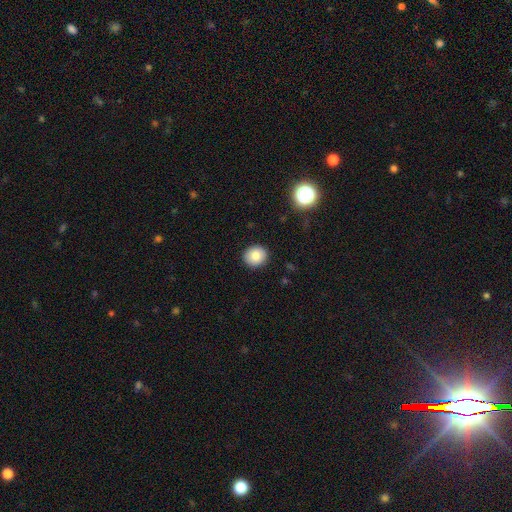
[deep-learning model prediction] A smooth galaxy with no disk features (82%) that is round (79%).

Vote fractions:
- Smooth or featured? smooth: 82% / star or artifact: 10% / featured or disk: 9%
- How rounded? round: 79% / in between: 20% / cigar-shaped: 1%
- Merging? none: 91% / minor disturbance: 7% / major disturbance: 2% / merger: 1%